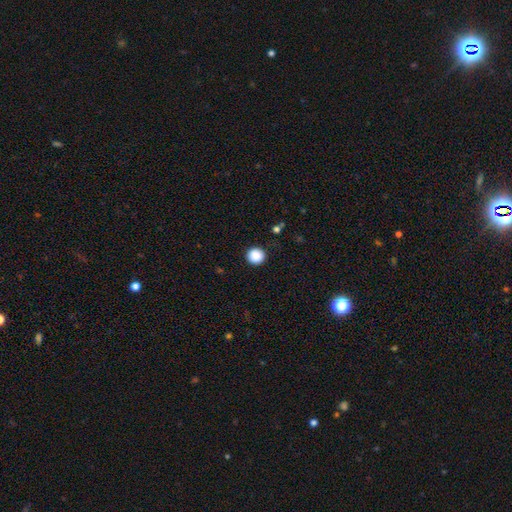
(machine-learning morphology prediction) smooth-or-featured: smooth: 88% | star or artifact: 9% | featured or disk: 3%
  how-rounded: round: 94% | in between: 5% | cigar-shaped: 1%
  merging: none: 92% | minor disturbance: 5% | major disturbance: 2% | merger: 1%